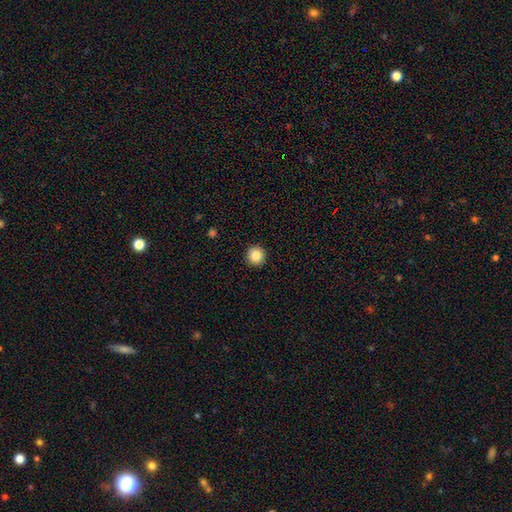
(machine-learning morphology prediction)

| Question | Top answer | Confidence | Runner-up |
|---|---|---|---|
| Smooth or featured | smooth | 86% | star or artifact (10%) |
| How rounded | round | 96% | in between (3%) |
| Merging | none | 93% | minor disturbance (4%) |